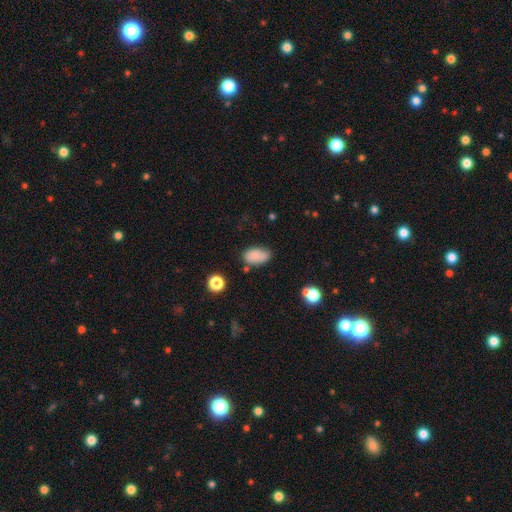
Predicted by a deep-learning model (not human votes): Overall: smooth (82%). How rounded: in between (91%). Merging: none (62%; minor disturbance 25%).